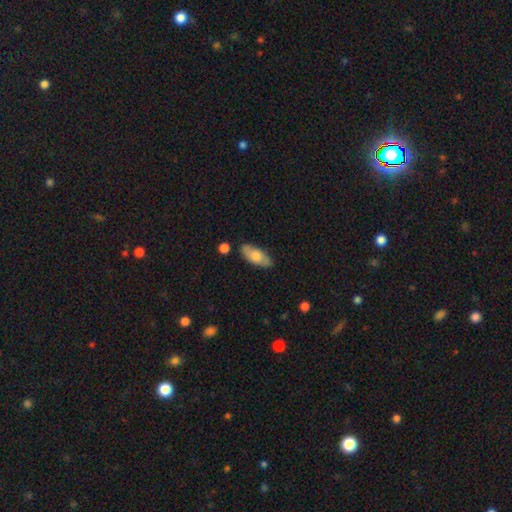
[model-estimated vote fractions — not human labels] A smooth galaxy with no disk features (67%) that is in between round and cigar-shaped (84%). Merging: none (80%).